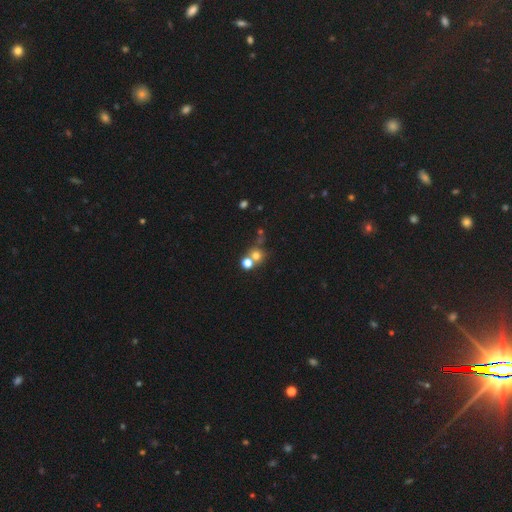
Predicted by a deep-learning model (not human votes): smooth_or_featured: smooth (p=0.65) [alt: star or artifact p=0.22]
how_rounded: round (p=0.86) [alt: in between p=0.12]
merging: none (p=0.51) [alt: merger p=0.37]